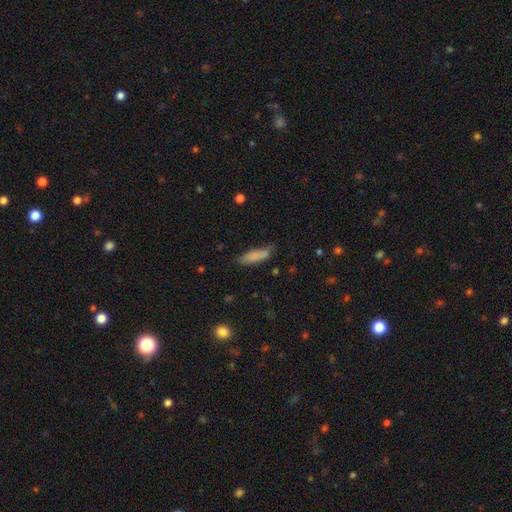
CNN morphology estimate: type=smooth (81%); roundness=cigar-shaped (56%); merging=none (67%).